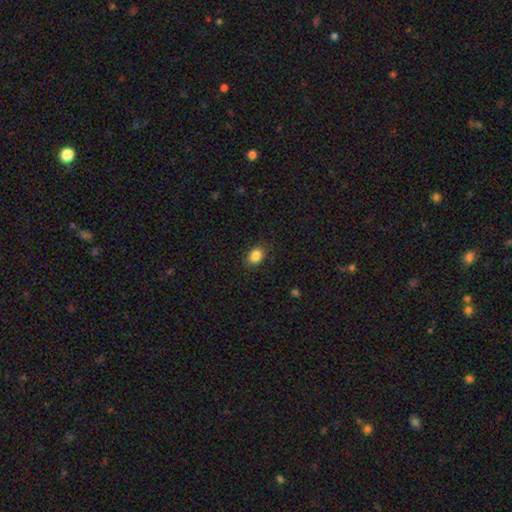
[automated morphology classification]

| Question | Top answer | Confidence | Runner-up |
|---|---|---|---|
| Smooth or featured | smooth | 86% | star or artifact (9%) |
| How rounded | in between | 65% | round (34%) |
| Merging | none | 87% | minor disturbance (9%) |